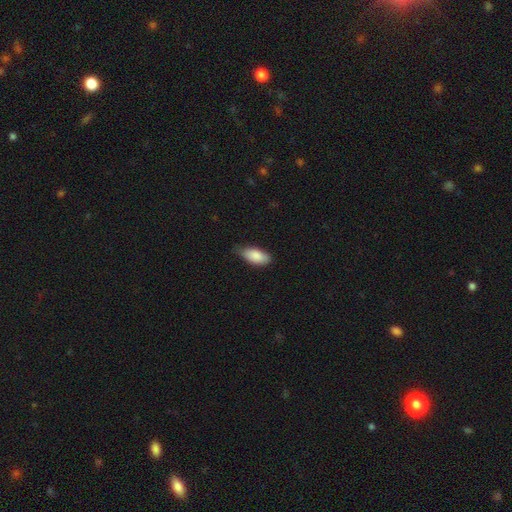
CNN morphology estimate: This is clearly a smooth galaxy (87%). How rounded: clearly in between (89%). Merging: likely none (65%).